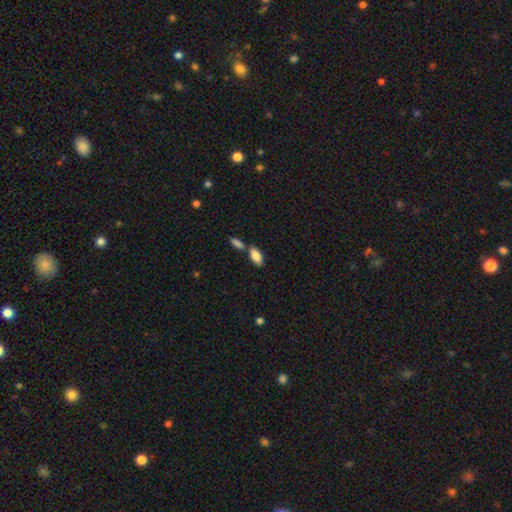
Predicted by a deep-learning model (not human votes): Smooth or featured?
  - smooth: 82% *
  - featured or disk: 11%
  - star or artifact: 7%
How rounded?
  - in between: 89% *
  - cigar-shaped: 9%
  - round: 3%
Merging?
  - none: 58% *
  - merger: 28%
  - minor disturbance: 10%
  - major disturbance: 3%